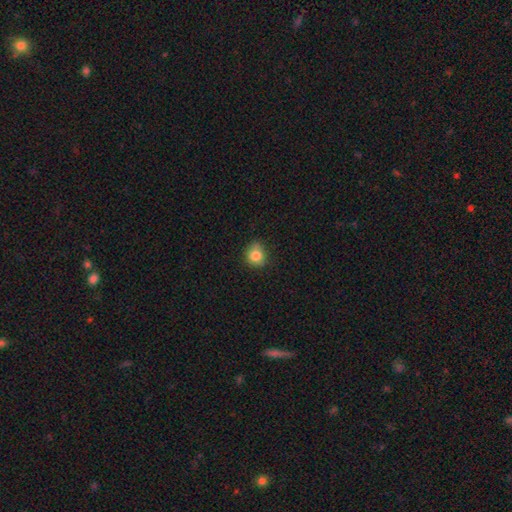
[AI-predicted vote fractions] Smooth or featured? smooth (83%)
How rounded? round (80%)
Merging? none (72%)